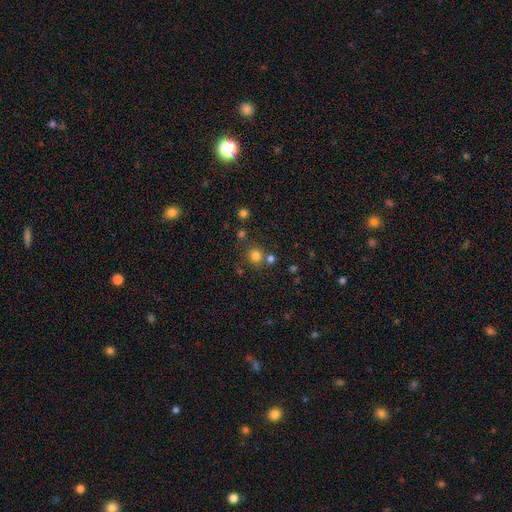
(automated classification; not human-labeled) The model was most divided on "merging": none: 72%, merger: 17%, minor disturbance: 8%, major disturbance: 3%. More confident: how rounded — round (90%); smooth or featured — smooth (77%).